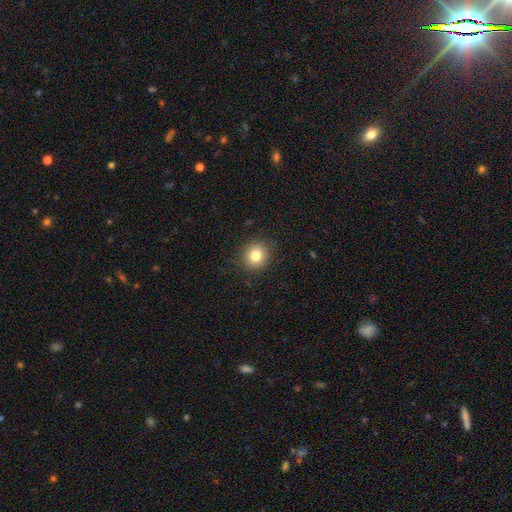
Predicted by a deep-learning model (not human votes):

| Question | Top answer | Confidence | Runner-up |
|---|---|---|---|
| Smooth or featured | smooth | 82% | star or artifact (11%) |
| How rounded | round | 84% | in between (15%) |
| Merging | none | 90% | minor disturbance (7%) |